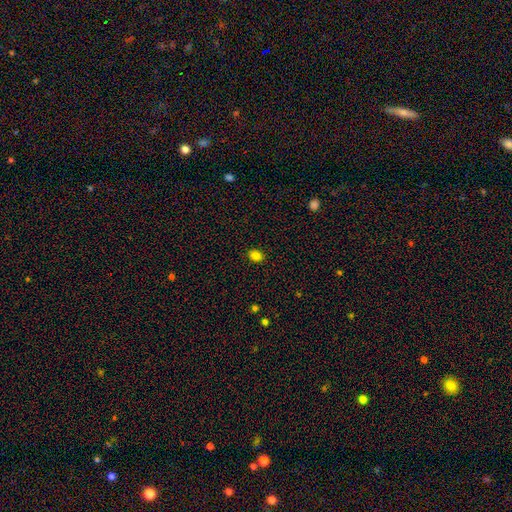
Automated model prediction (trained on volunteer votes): smooth-or-featured: smooth: 83% | star or artifact: 13% | featured or disk: 4%
  how-rounded: round: 51% | in between: 48% | cigar-shaped: 1%
  merging: none: 90% | minor disturbance: 7% | major disturbance: 2% | merger: 1%